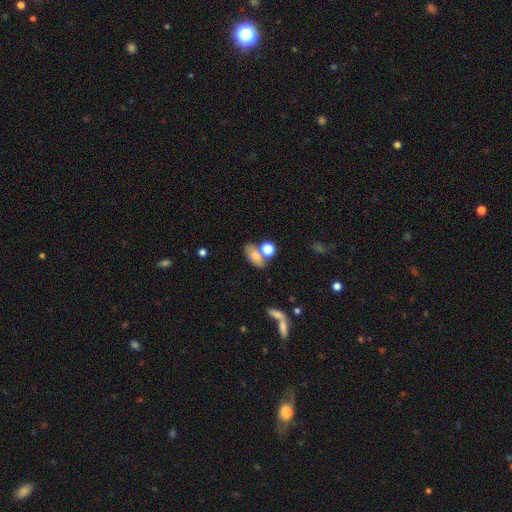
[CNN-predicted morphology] smooth-or-featured: smooth: 70% | featured or disk: 18% | star or artifact: 12%
  how-rounded: in between: 77% | round: 18% | cigar-shaped: 5%
  merging: none: 46% | merger: 30% | minor disturbance: 16% | major disturbance: 8%